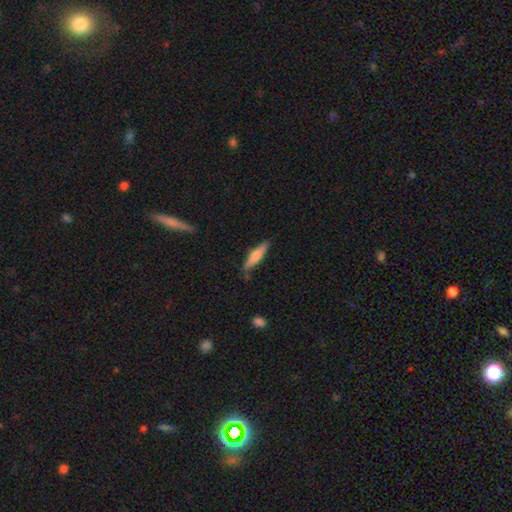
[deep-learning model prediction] smooth 63%, featured or disk 32%, star or artifact 6%. Down the decision tree: how rounded — cigar-shaped (79%); merging — none (82%).